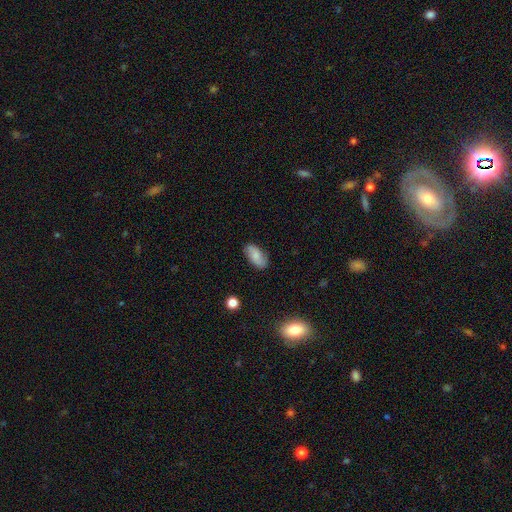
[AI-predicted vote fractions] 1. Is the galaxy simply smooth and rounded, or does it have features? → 75% smooth, 17% featured or disk, 8% star or artifact.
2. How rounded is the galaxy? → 92% in between, 5% cigar-shaped, 3% round.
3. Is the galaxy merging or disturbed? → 82% none, 14% minor disturbance, 3% major disturbance, 1% merger.